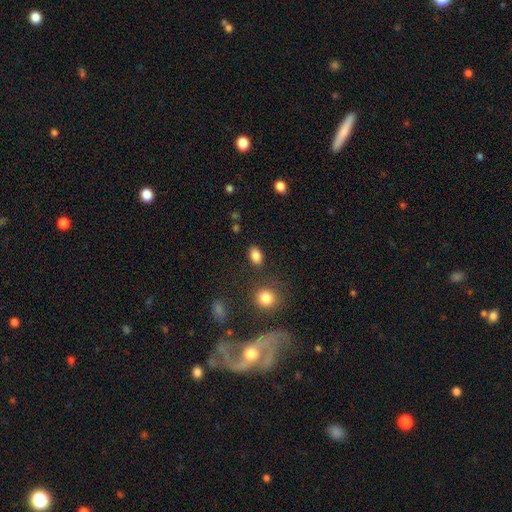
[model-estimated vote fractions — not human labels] smooth 85%, star or artifact 10%, featured or disk 5%. Down the decision tree: how rounded — in between (84%); merging — none (83%).